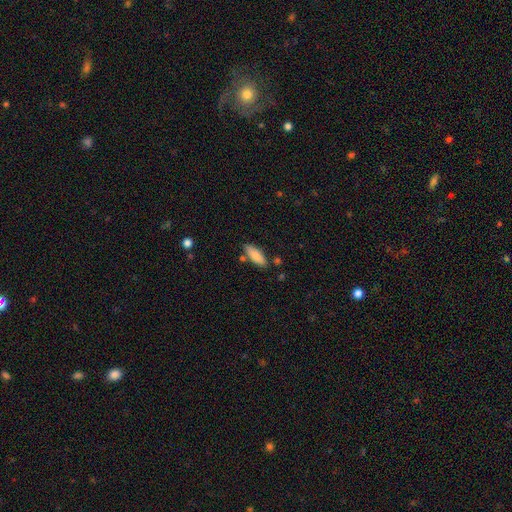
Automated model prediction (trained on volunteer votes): This is clearly a smooth galaxy (84%). How rounded: likely in between (66%). Merging: likely none (79%).